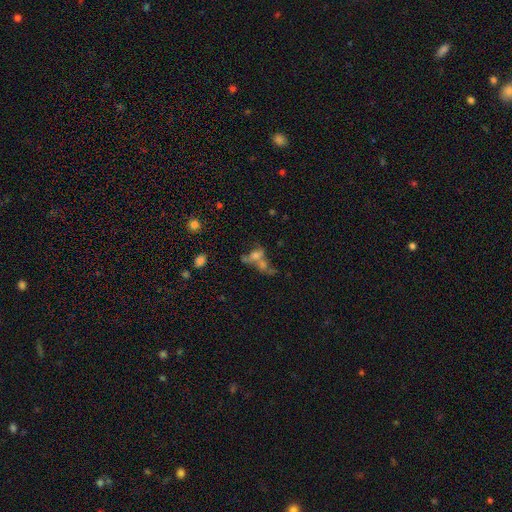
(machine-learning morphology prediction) A smooth galaxy with no disk features (48%).

Vote fractions:
- Smooth or featured? smooth: 48% / featured or disk: 33% / star or artifact: 19%
- Merging? merger: 55% / none: 20% / major disturbance: 15% / minor disturbance: 9%